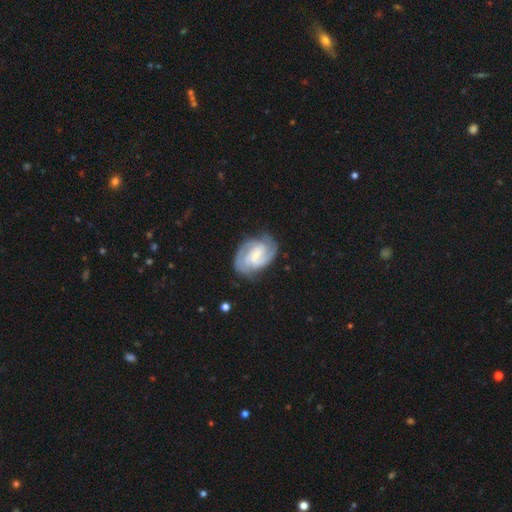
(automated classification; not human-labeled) A featured or disk galaxy (86%) with a weak bar (52%), 2 (58%) tight (52%) spiral arms (97%) and a small central bulge (51%). Merging: none (72%).